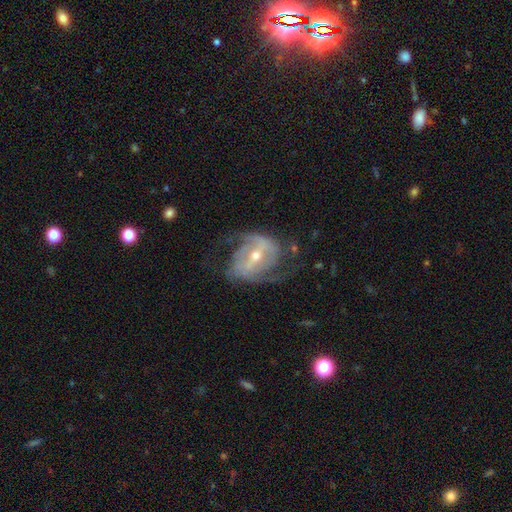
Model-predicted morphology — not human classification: This is clearly a featured or disk galaxy (86%). It is clearly not viewed edge-on (96%). Bar: possibly strong (48%). Spiral arm pattern: clearly yes (92%). Spiral arm count: likely 2 (72%). Spiral winding: marginally medium (45%). Central bulge: possibly moderate (51%). Merging: likely none (60%).